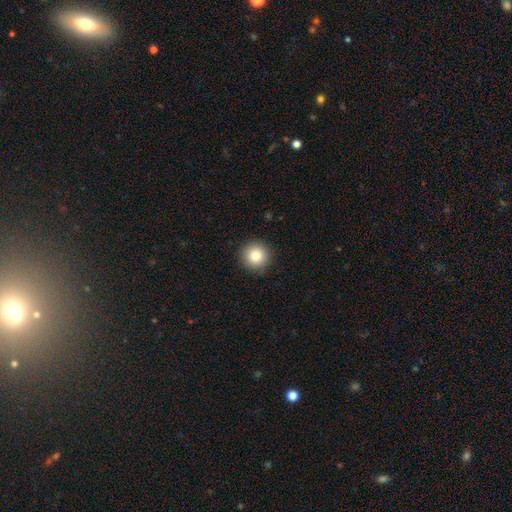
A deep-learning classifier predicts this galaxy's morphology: The model was most divided on "smooth or featured": smooth: 83%, star or artifact: 10%, featured or disk: 7%. More confident: how rounded — round (95%); merging — none (91%).